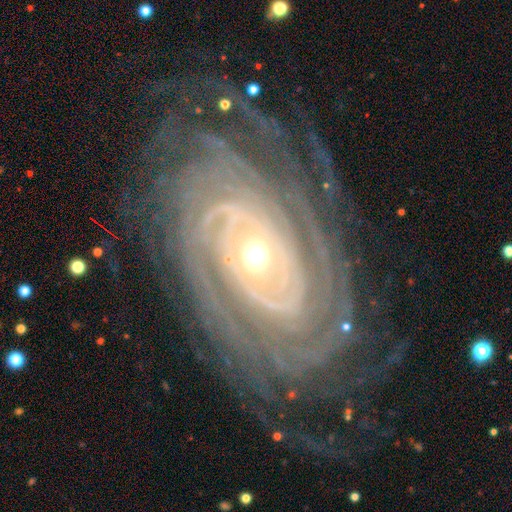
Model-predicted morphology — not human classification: Q: Smooth or featured?
A: featured or disk (91%); runner-up: star or artifact (5%)
Q: Edge-on disk?
A: no (96%); runner-up: yes (4%)
Q: Bar?
A: no (60%); runner-up: weak (23%)
Q: Spiral arms?
A: yes (98%); runner-up: no (2%)
Q: Spiral winding?
A: tight (85%); runner-up: medium (13%)
Q: Spiral arm count?
A: can't tell (25%); runner-up: more than 4 (20%)
Q: Bulge size?
A: small (50%); runner-up: moderate (46%)
Q: Merging?
A: none (78%); runner-up: minor disturbance (14%)